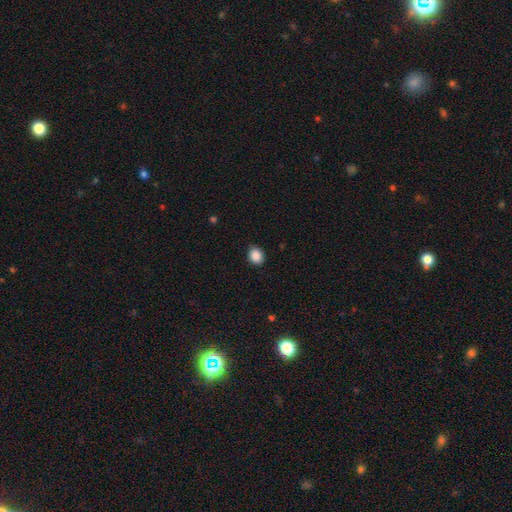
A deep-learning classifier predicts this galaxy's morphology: Smooth or featured? Predicted: smooth (p=0.88). How rounded? Predicted: round (p=0.61). Merging? Predicted: none (p=0.86).